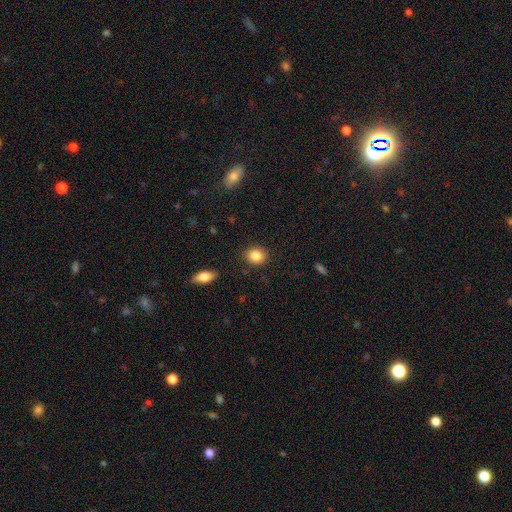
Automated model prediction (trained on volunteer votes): This is clearly a smooth galaxy (85%). How rounded: likely round (67%). Merging: clearly none (88%).